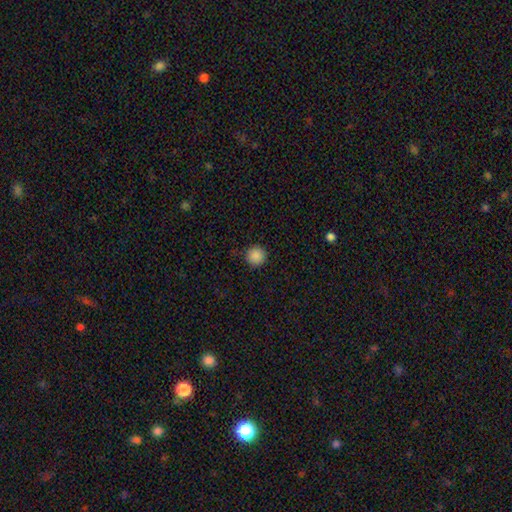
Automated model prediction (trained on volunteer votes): This appears to be a smooth galaxy with no disk features (88%) that is round (95%). Merging: none (91%).